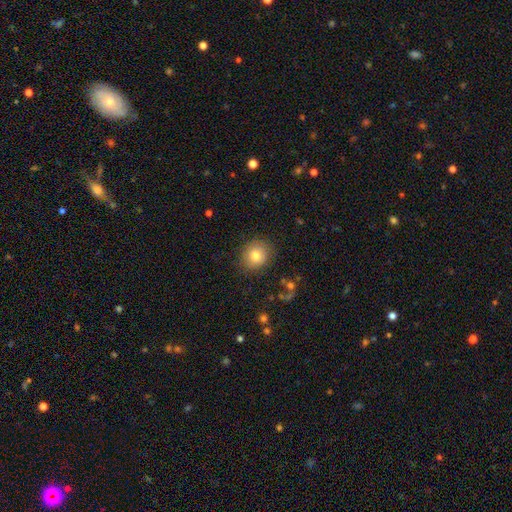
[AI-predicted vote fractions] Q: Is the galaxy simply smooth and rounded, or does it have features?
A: smooth — 80%.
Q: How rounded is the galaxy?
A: round — 75%.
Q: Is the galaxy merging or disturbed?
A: none — 85%.